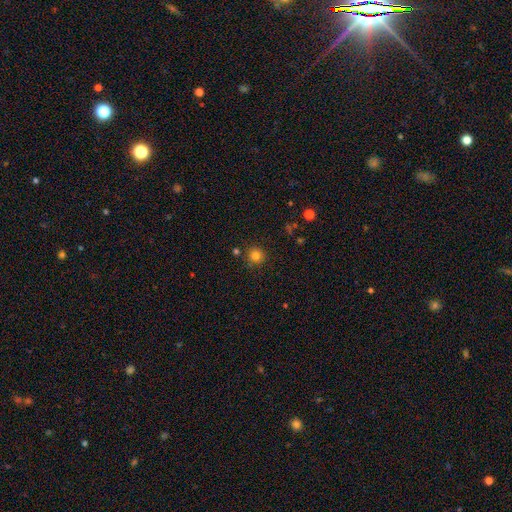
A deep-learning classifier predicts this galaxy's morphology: smooth-or-featured: smooth: 81% | star or artifact: 14% | featured or disk: 6%
  how-rounded: round: 94% | in between: 5% | cigar-shaped: 1%
  merging: none: 87% | minor disturbance: 7% | merger: 3% | major disturbance: 2%